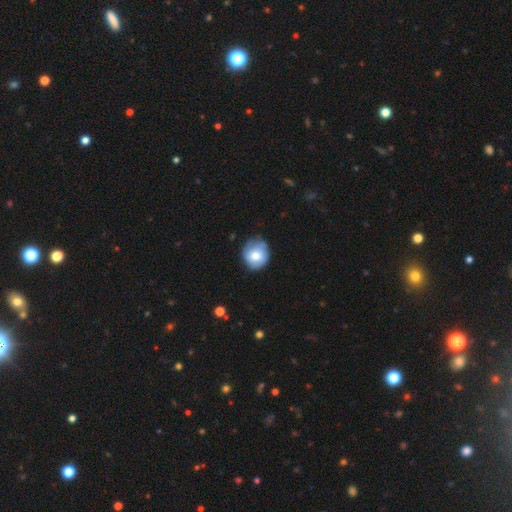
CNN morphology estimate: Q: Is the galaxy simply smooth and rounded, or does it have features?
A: smooth — 65%.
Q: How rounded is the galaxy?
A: round — 78%.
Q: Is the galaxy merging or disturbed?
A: none — 67%.